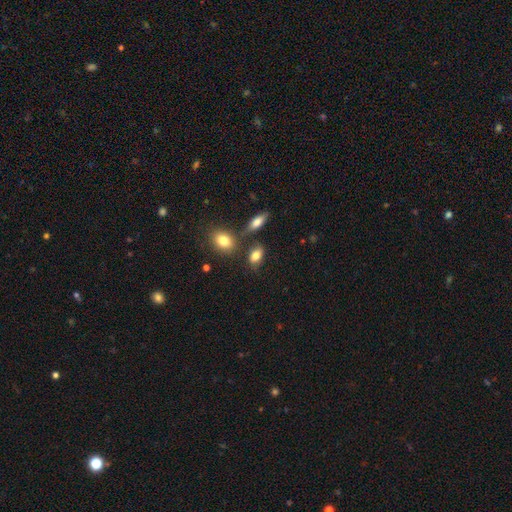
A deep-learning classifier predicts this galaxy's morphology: Smooth or featured? Predicted: smooth (p=0.80). How rounded? Predicted: in between (p=0.84). Merging? Predicted: none (p=0.67).